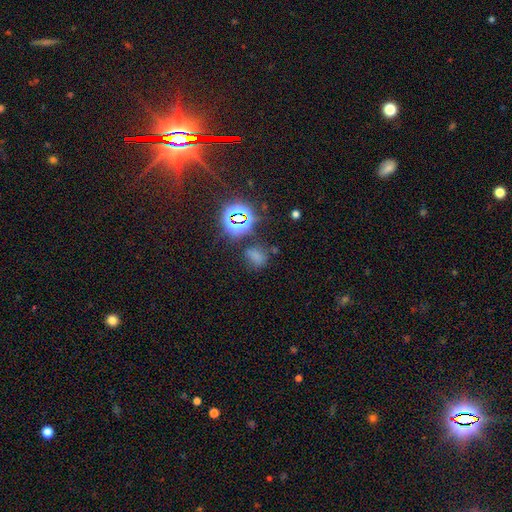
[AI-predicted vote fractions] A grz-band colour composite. It shows a smooth galaxy with no disk features (53%) that is in between round and cigar-shaped (62%). Merging: none (62%).